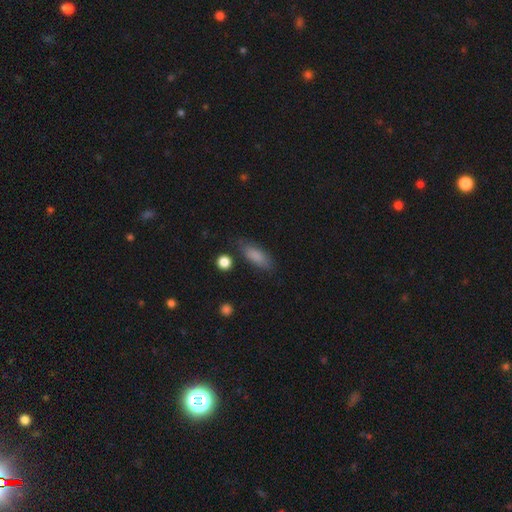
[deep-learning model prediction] This appears to be a smooth galaxy with no disk features (83%) that is in between round and cigar-shaped (72%). Merging: none (74%).